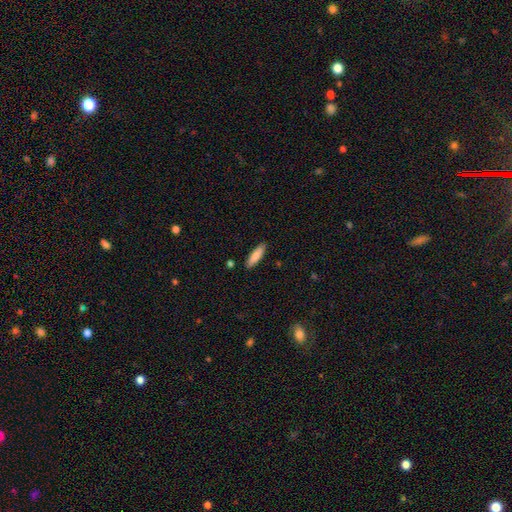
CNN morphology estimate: Smooth or featured? smooth (84%)
How rounded? cigar-shaped (66%)
Merging? none (88%)